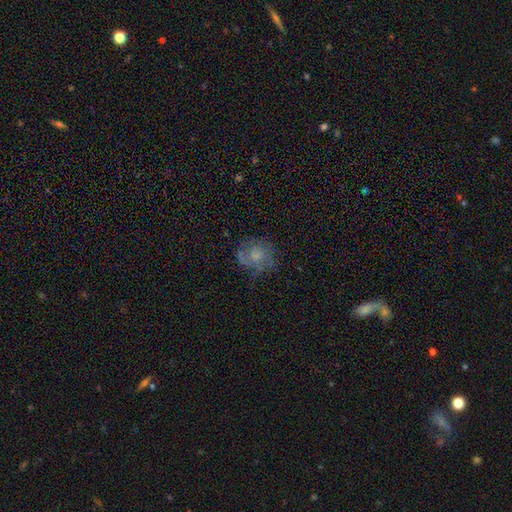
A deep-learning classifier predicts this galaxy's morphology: smooth-or-featured: smooth: 53% | featured or disk: 35% | star or artifact: 12%
  how-rounded: round: 75% | in between: 24% | cigar-shaped: 1%
  merging: none: 62% | minor disturbance: 22% | major disturbance: 14% | merger: 2%